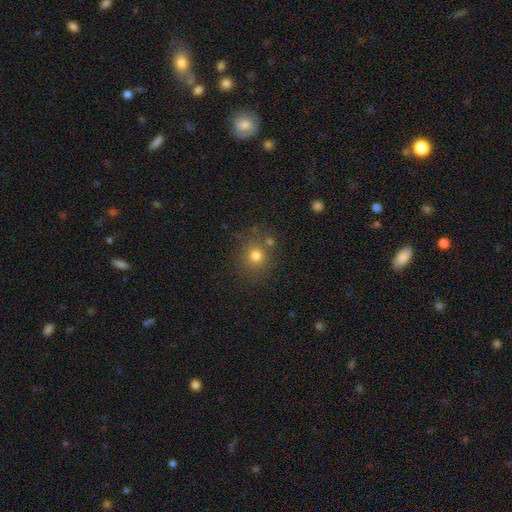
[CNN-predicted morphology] A smooth galaxy with no disk features (76%) that is round (87%).

Vote fractions:
- Smooth or featured? smooth: 76% / star or artifact: 16% / featured or disk: 8%
- How rounded? round: 87% / in between: 12% / cigar-shaped: 1%
- Merging? none: 77% / minor disturbance: 11% / merger: 8% / major disturbance: 4%